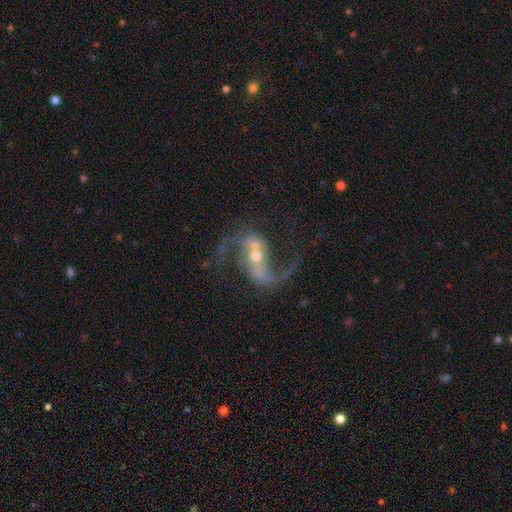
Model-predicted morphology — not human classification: A featured or disk galaxy (91%) with a strong bar (50%), 2 (93%) loose (61%) spiral arms (97%) and a small central bulge (48%).

Vote fractions:
- Smooth or featured? featured or disk: 91% / star or artifact: 6% / smooth: 3%
- Edge-on disk? no: 97% / yes: 3%
- Bar? strong: 50% / weak: 33% / no: 17%
- Spiral arms? yes: 97% / no: 3%
- Spiral winding? loose: 61% / medium: 33% / tight: 6%
- Spiral arm count? 2: 93% / 1: 2% / can't tell: 1% / 3: 1% / 4: 1% / more than 4: 1%
- Bulge size? small: 48% / moderate: 47% / large: 3% / none: 1% / dominant: 1%
- Merging? none: 75% / minor disturbance: 12% / major disturbance: 10% / merger: 3%